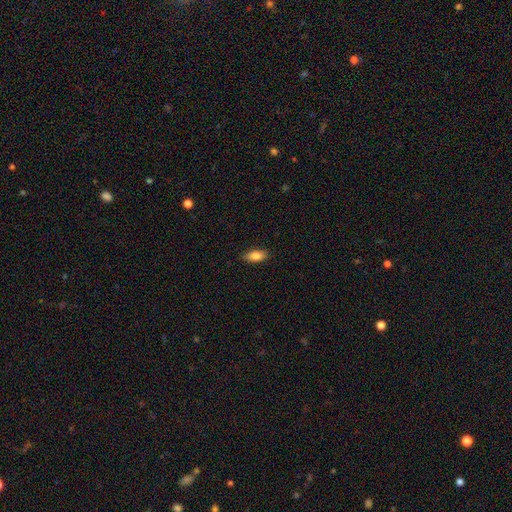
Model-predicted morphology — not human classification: A smooth galaxy with no disk features (83%) that is in between round and cigar-shaped (85%).

Vote fractions:
- Smooth or featured? smooth: 83% / featured or disk: 10% / star or artifact: 7%
- How rounded? in between: 85% / cigar-shaped: 12% / round: 3%
- Merging? none: 87% / minor disturbance: 10% / major disturbance: 2% / merger: 1%